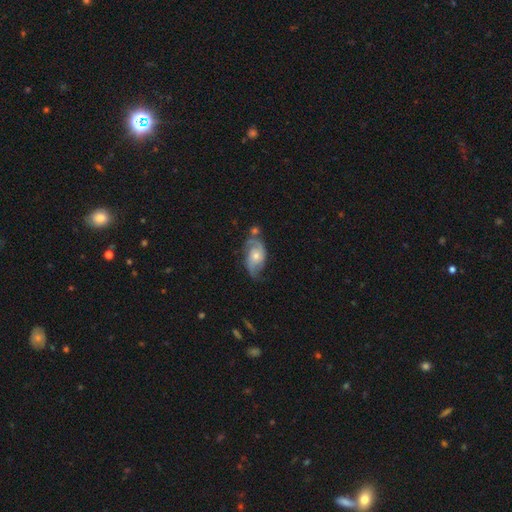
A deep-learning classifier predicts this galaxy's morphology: featured or disk 80%, smooth 13%, star or artifact 7%. Down the decision tree: edge-on disk — no (96%); bar — no (68%); spiral arms — yes (94%); spiral arm count — 2 (83%); spiral winding — medium (46%); bulge size — moderate (47%, tied with small); merging — none (63%).